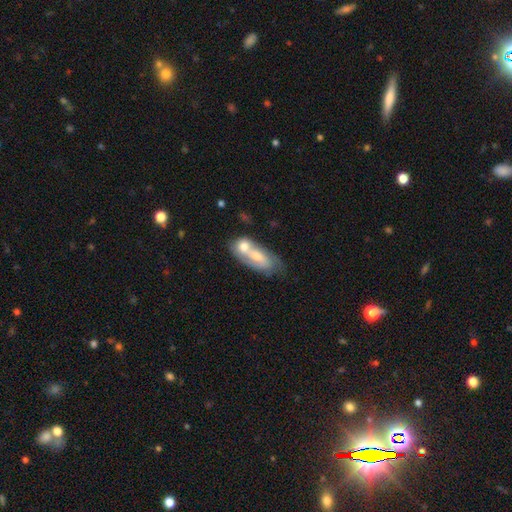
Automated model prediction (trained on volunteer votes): featured or disk 51%, smooth 43%, star or artifact 6%. Down the decision tree: edge-on disk — no (89%); merging — merger (57%).